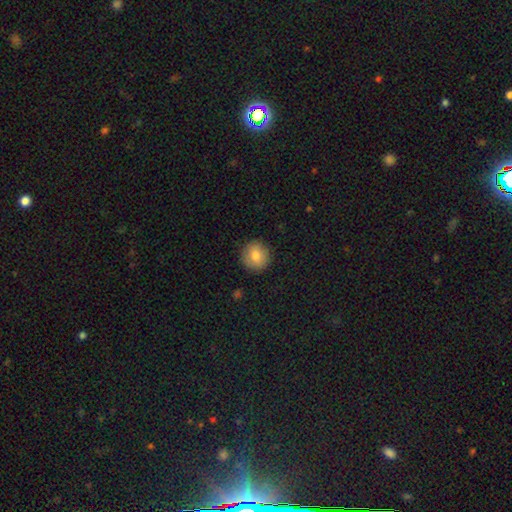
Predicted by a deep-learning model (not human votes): Smooth or featured?
  - smooth: 81% *
  - featured or disk: 11%
  - star or artifact: 8%
How rounded?
  - round: 94% *
  - in between: 5%
  - cigar-shaped: 1%
Merging?
  - none: 90% *
  - minor disturbance: 7%
  - major disturbance: 2%
  - merger: 1%